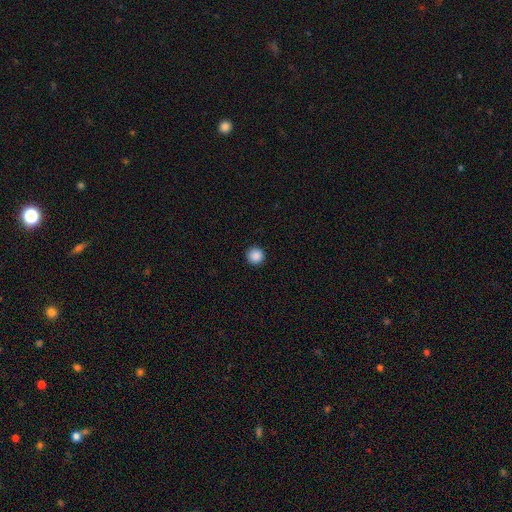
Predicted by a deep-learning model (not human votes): Smooth or featured? smooth (89%)
How rounded? round (96%)
Merging? none (93%)